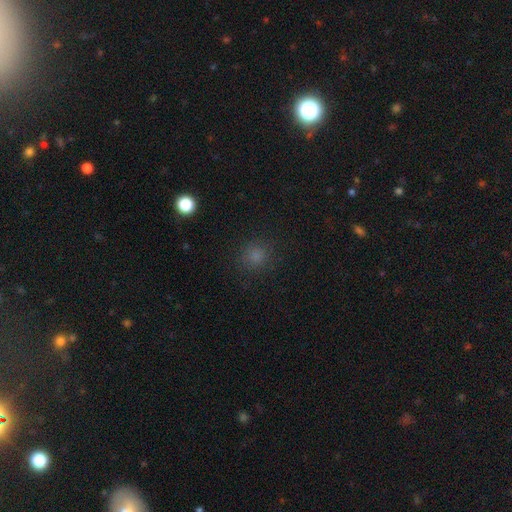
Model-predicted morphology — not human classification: This is likely a smooth galaxy (79%). How rounded: clearly round (89%). Merging: clearly none (86%).